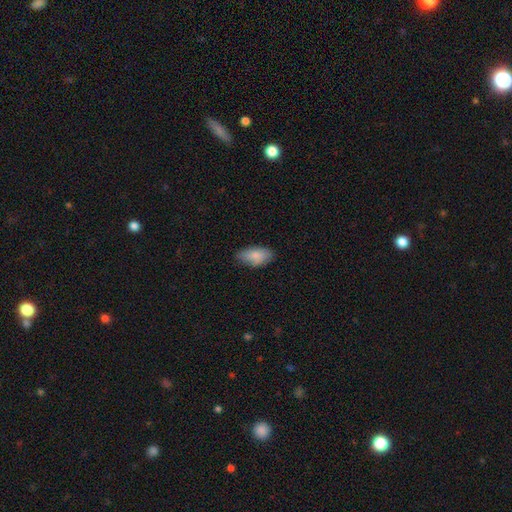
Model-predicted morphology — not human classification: A smooth galaxy with no disk features (83%) that is in between round and cigar-shaped (92%). Merging: none (74%).